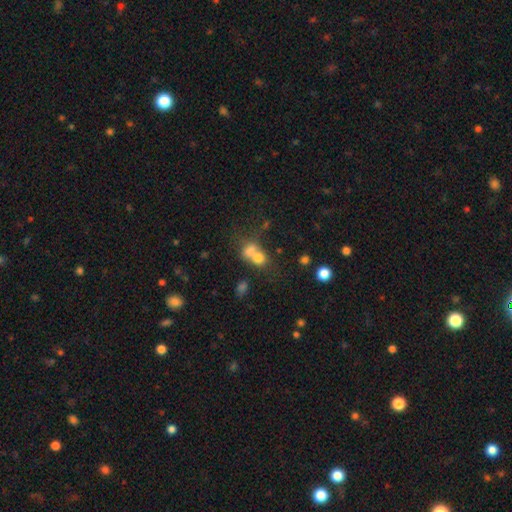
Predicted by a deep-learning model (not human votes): The model was most divided on "how rounded": round: 60%, in between: 39%, cigar-shaped: 1%. More confident: smooth or featured — smooth (69%); merging — merger (63%).